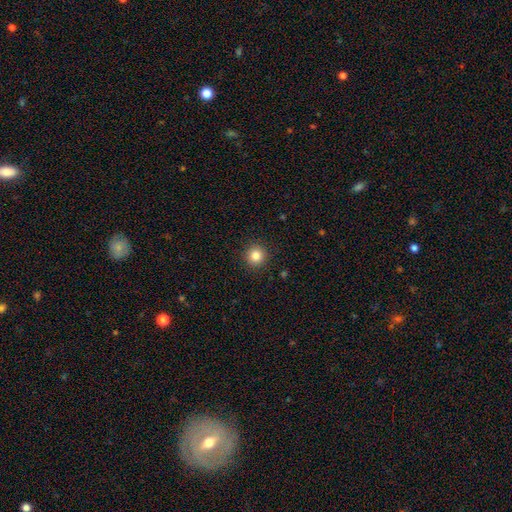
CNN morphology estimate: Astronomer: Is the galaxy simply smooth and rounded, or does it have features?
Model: smooth — 83%.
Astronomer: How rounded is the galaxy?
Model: round — 94%.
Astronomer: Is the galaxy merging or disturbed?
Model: none — 92%.